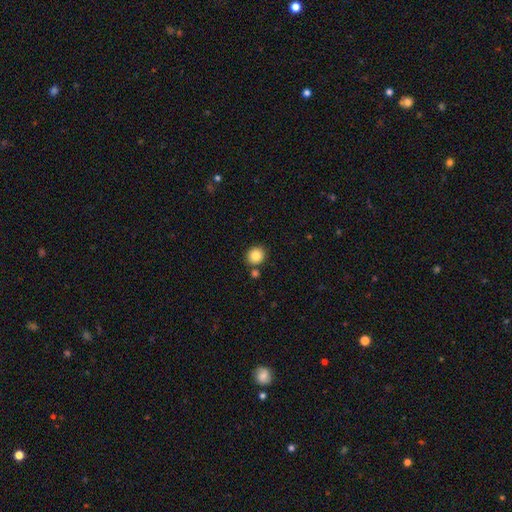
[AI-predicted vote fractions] Smooth or featured? smooth (85%)
How rounded? round (84%)
Merging? none (80%)